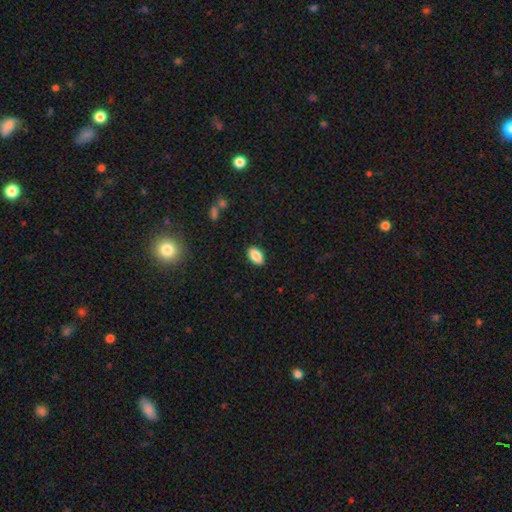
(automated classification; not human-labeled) Smooth or featured? Predicted: smooth (p=0.86). How rounded? Predicted: in between (p=0.92). Merging? Predicted: none (p=0.89).